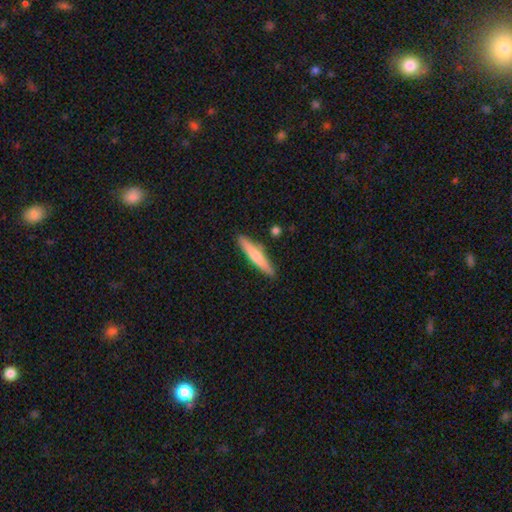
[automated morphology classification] This appears to be a smooth galaxy with no disk features (63%) that is cigar-shaped (91%). Merging: none (85%).